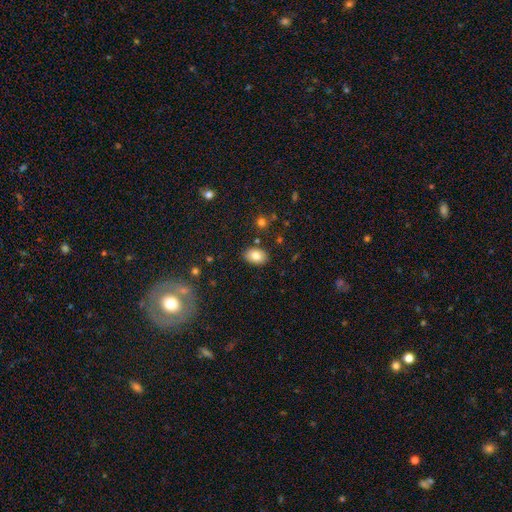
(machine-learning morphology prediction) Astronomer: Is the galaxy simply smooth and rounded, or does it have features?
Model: smooth — 82%.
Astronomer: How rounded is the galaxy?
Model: in between — 83%.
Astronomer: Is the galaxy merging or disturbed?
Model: none — 86%.